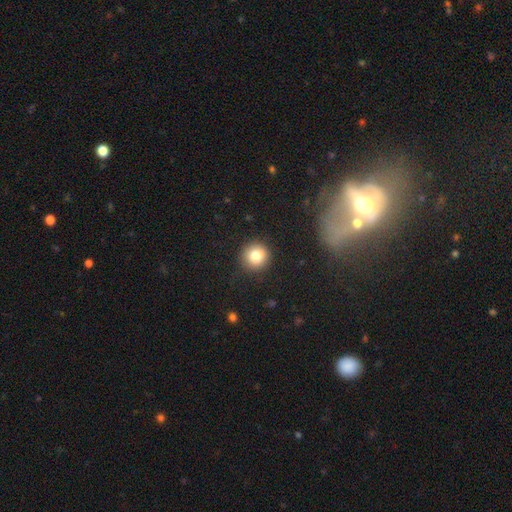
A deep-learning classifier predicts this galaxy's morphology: This is clearly a smooth galaxy (81%). How rounded: clearly round (92%). Merging: clearly none (89%).